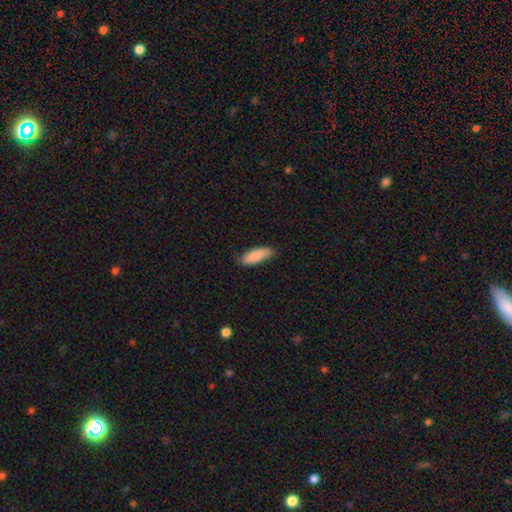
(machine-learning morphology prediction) smooth_or_featured: smooth (p=0.88) [alt: featured or disk p=0.07]
how_rounded: in between (p=0.60) [alt: cigar-shaped p=0.38]
merging: none (p=0.78) [alt: minor disturbance p=0.18]